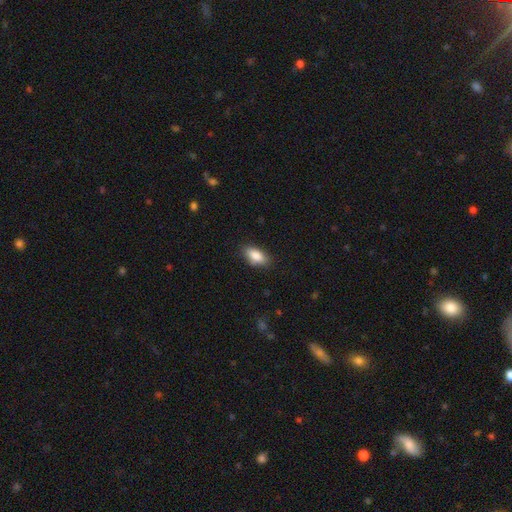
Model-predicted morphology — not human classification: smooth_or_featured: smooth (p=0.86) [alt: star or artifact p=0.07]
how_rounded: in between (p=0.89) [alt: cigar-shaped p=0.07]
merging: none (p=0.83) [alt: minor disturbance p=0.13]